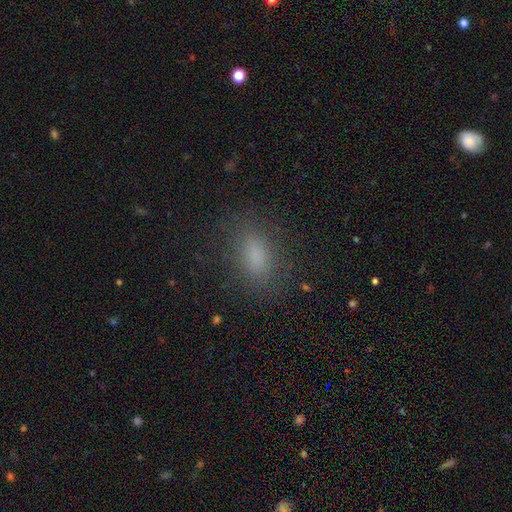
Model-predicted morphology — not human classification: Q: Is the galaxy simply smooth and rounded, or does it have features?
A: smooth — 80%.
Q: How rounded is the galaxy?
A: in between — 84%.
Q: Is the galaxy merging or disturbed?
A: none — 83%.